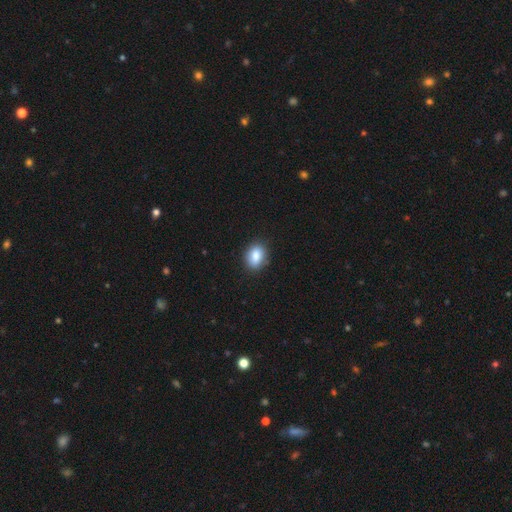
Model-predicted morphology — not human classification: Smooth or featured: smooth — 85% (star or artifact — 8%)
How rounded: in between — 74% (round — 25%)
Merging: none — 86% (minor disturbance — 10%)